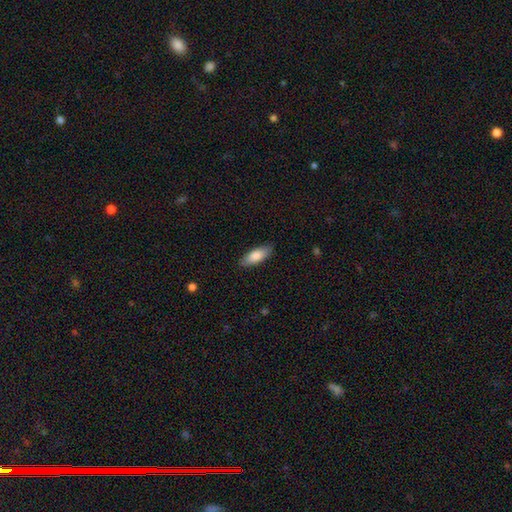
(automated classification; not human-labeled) Morphology: type=smooth (82%); roundness=in between (74%); merging=none (87%).